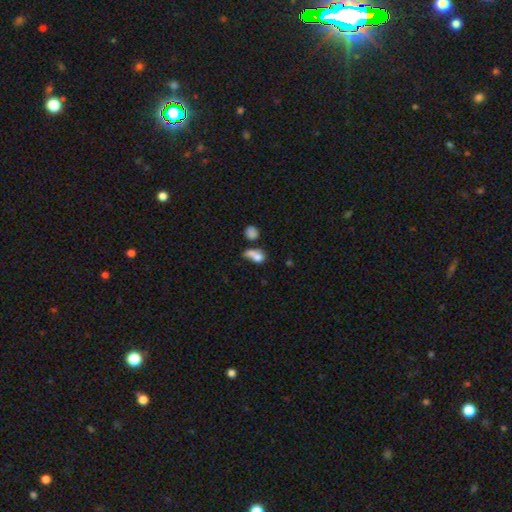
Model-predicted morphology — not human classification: A smooth galaxy with no disk features (74%) that is in between round and cigar-shaped (49%).

Vote fractions:
- Smooth or featured? smooth: 74% / featured or disk: 16% / star or artifact: 11%
- How rounded? in between: 49% / round: 47% / cigar-shaped: 4%
- Merging? merger: 54% / none: 24% / major disturbance: 11% / minor disturbance: 11%